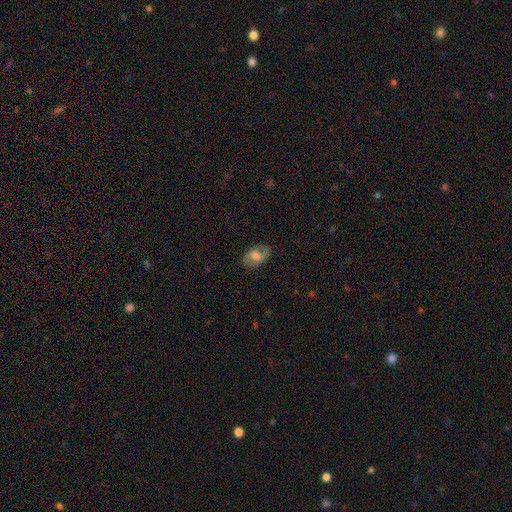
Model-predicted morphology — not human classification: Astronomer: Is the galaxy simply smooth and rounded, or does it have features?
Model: smooth — 53% (runner-up: featured or disk, 39%).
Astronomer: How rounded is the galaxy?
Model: in between — 88%.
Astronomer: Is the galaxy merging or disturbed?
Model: none — 80%.